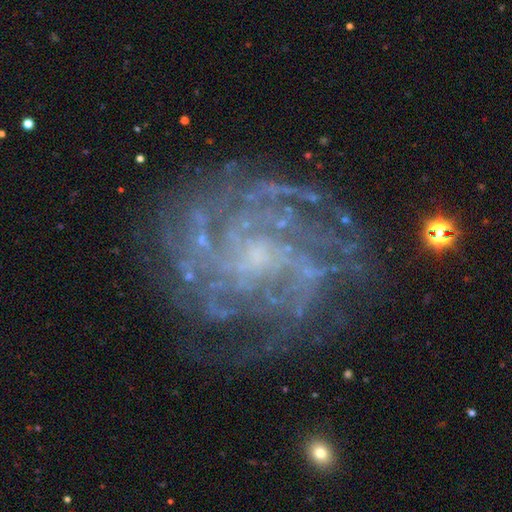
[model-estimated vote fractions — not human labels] Smooth or featured? featured or disk (84%)
Edge-on disk? no (98%)
Bar? no (56%)
Spiral arms? yes (96%)
Spiral winding? tight (67%)
Spiral arm count? can't tell (28%)
Bulge size? small (71%)
Merging? none (78%)